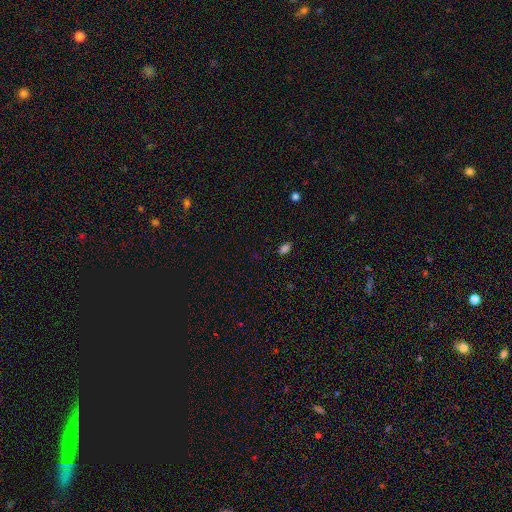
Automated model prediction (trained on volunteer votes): smooth_or_featured: smooth (p=0.63) [alt: star or artifact p=0.32]
how_rounded: in between (p=0.73) [alt: round p=0.22]
merging: none (p=0.85) [alt: minor disturbance p=0.09]